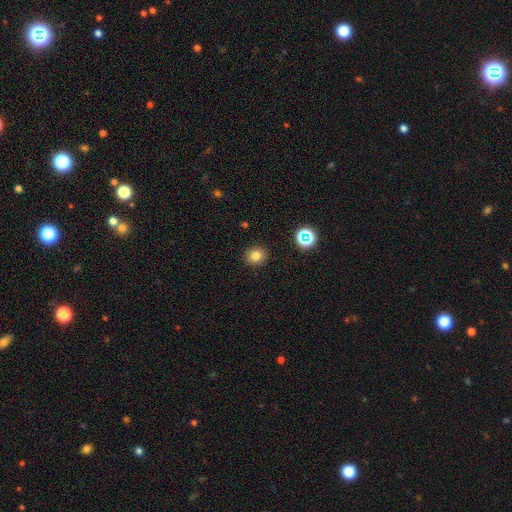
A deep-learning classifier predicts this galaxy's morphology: smooth 79%, star or artifact 14%, featured or disk 7%. Down the decision tree: how rounded — round (80%); merging — none (90%).